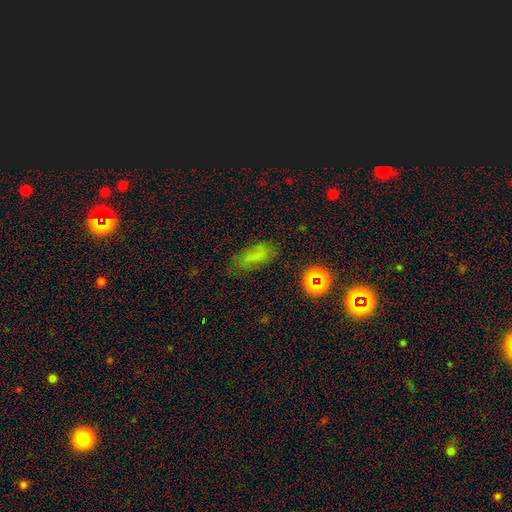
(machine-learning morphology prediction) The model was most divided on "smooth or featured": smooth: 65%, star or artifact: 20%, featured or disk: 15%. More confident: how rounded — in between (73%); merging — none (68%).